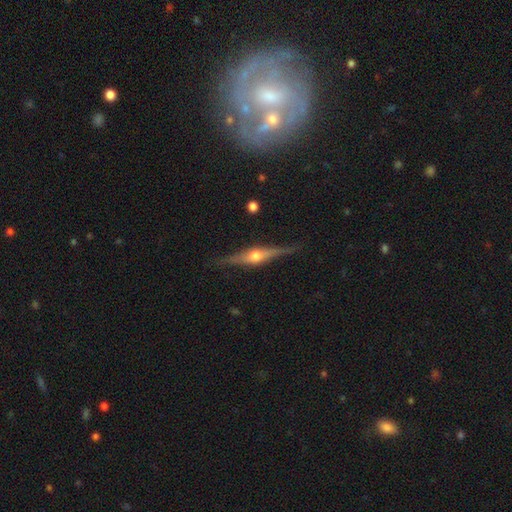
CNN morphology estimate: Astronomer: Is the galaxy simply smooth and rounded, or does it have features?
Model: featured or disk — 78%.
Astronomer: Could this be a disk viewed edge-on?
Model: yes — 97%.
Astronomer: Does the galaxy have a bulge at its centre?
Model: rounded — 93%.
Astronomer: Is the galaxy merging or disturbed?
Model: none — 86%.